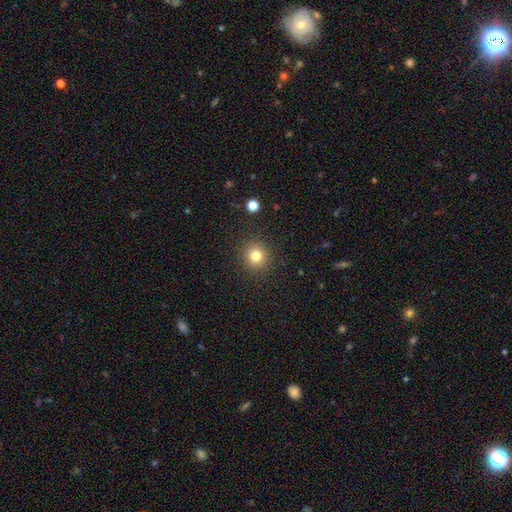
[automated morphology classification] The model was most divided on "smooth or featured": smooth: 79%, star or artifact: 13%, featured or disk: 7%. More confident: how rounded — round (90%); merging — none (89%).